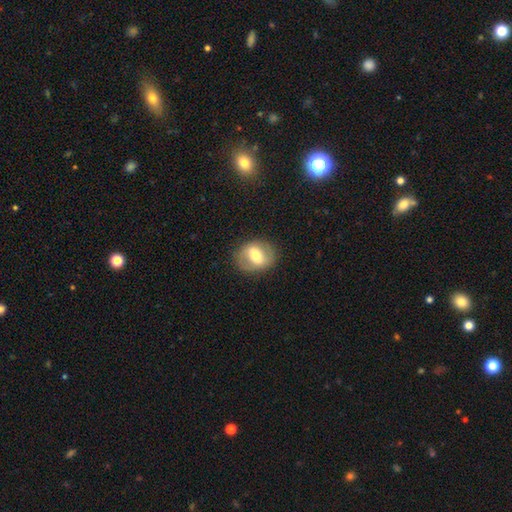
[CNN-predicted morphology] Smooth or featured? smooth (47%)
Merging? none (81%)